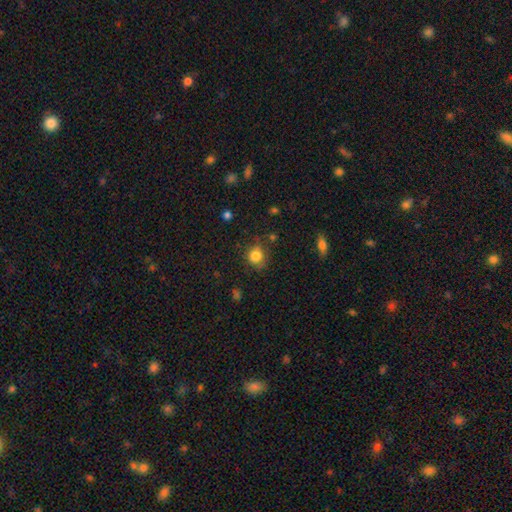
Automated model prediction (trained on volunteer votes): smooth-or-featured: smooth: 83% | star or artifact: 11% | featured or disk: 6%
  how-rounded: round: 84% | in between: 15% | cigar-shaped: 1%
  merging: none: 78% | minor disturbance: 15% | major disturbance: 4% | merger: 3%